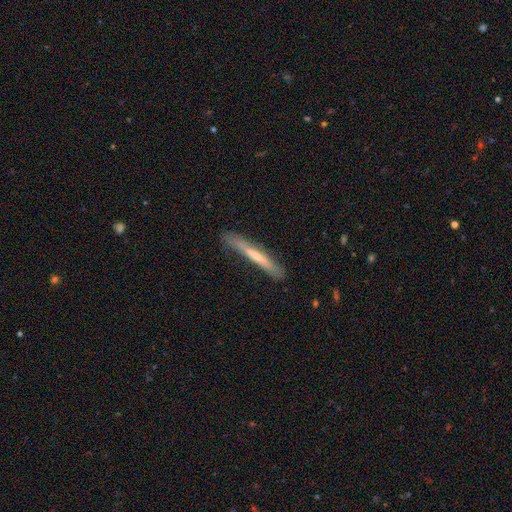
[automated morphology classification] Smooth or featured? Predicted: smooth (p=0.48). Merging? Predicted: none (p=0.84).